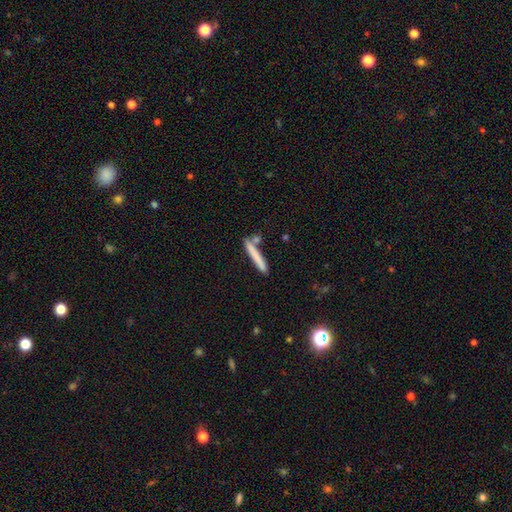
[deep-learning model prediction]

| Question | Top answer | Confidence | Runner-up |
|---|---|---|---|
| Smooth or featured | smooth | 72% | featured or disk (21%) |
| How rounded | cigar-shaped | 95% | in between (3%) |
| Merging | none | 75% | minor disturbance (11%) |